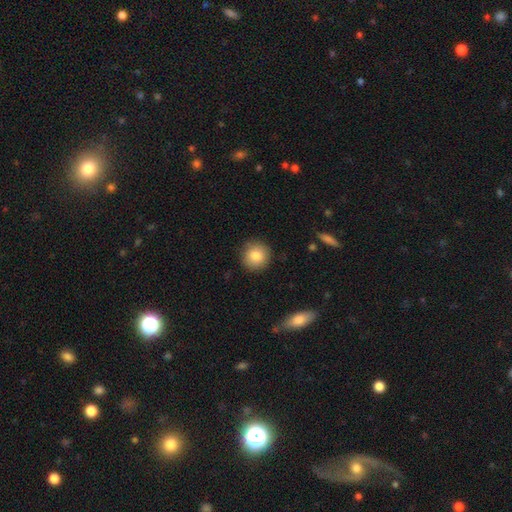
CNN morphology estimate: A smooth galaxy with no disk features (84%) that is round (93%).

Vote fractions:
- Smooth or featured? smooth: 84% / star or artifact: 8% / featured or disk: 8%
- How rounded? round: 93% / in between: 6% / cigar-shaped: 1%
- Merging? none: 88% / minor disturbance: 8% / major disturbance: 2% / merger: 1%